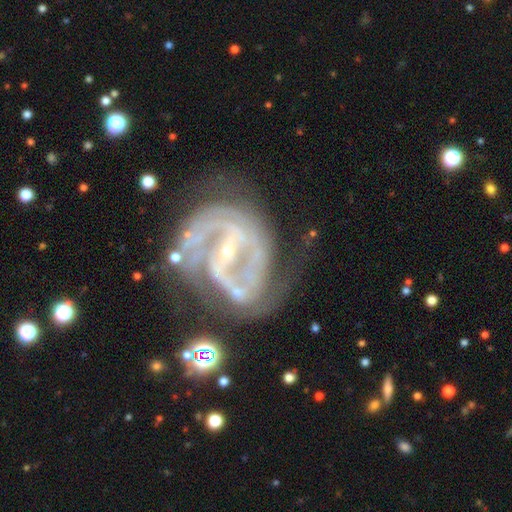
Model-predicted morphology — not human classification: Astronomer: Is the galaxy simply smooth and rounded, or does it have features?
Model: featured or disk — 89%.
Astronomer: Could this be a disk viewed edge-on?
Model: no — 97%.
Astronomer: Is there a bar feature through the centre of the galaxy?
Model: strong — 55%.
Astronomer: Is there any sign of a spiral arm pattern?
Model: yes — 92%.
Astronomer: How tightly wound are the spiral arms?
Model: medium — 45% (runner-up: tight, 41%).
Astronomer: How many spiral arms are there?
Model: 2 — 55%.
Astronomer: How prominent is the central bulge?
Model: small — 82%.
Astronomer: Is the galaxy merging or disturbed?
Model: none — 47% (runner-up: major disturbance, 24%).